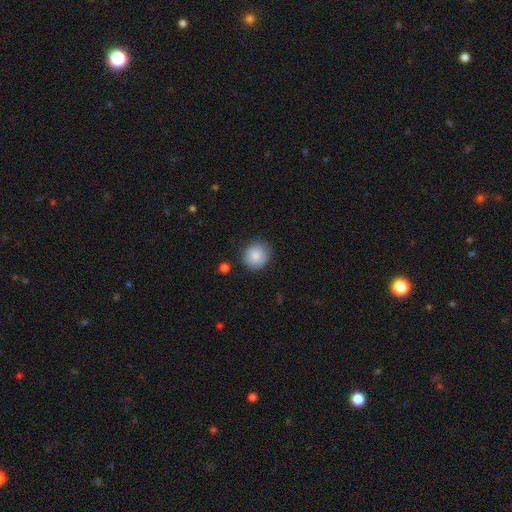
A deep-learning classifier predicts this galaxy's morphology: Smooth or featured? Predicted: smooth (p=0.84). How rounded? Predicted: round (p=0.89). Merging? Predicted: none (p=0.81).